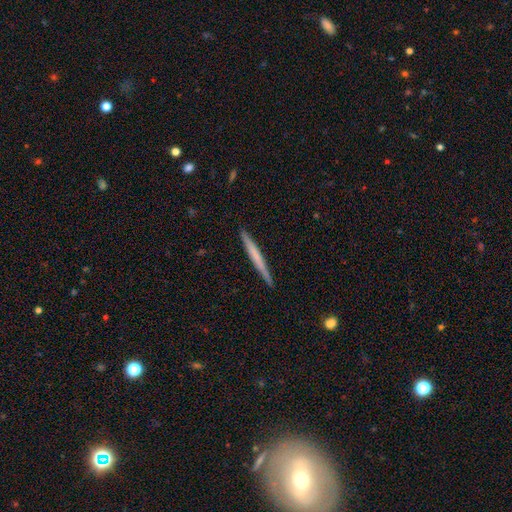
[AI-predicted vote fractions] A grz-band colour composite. It shows a smooth galaxy with no disk features (54%) that is cigar-shaped (97%). Merging: none (91%).